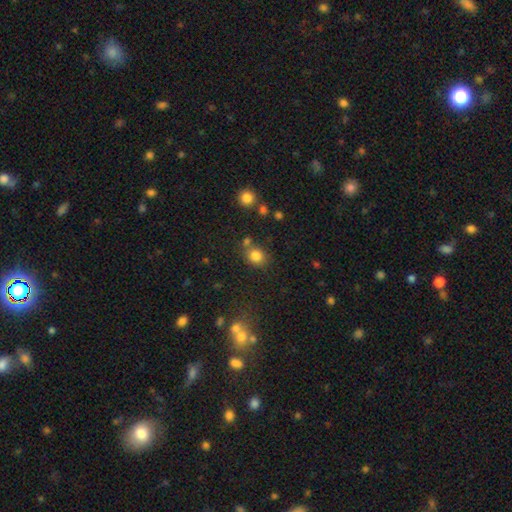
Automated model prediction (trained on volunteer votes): Morphology: type=smooth (81%); roundness=round (64%); merging=none (67%).